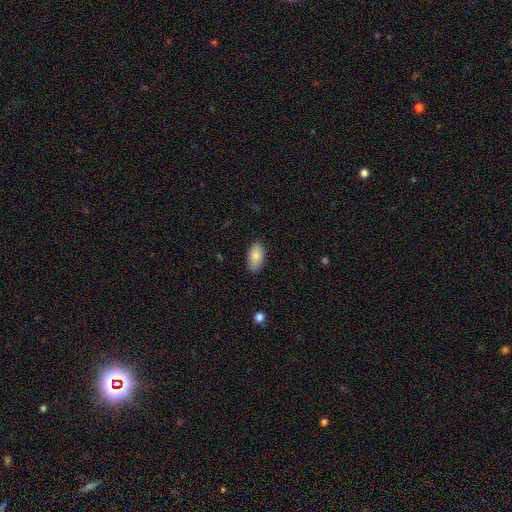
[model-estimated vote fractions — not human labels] A smooth galaxy with no disk features (81%) that is in between round and cigar-shaped (94%). Merging: none (86%).